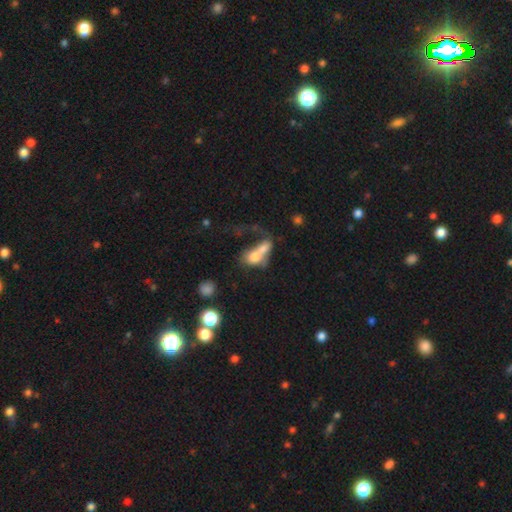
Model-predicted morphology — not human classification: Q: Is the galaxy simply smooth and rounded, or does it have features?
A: smooth — 63%.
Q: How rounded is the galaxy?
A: in between — 63%.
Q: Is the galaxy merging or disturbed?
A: merger — 69%.